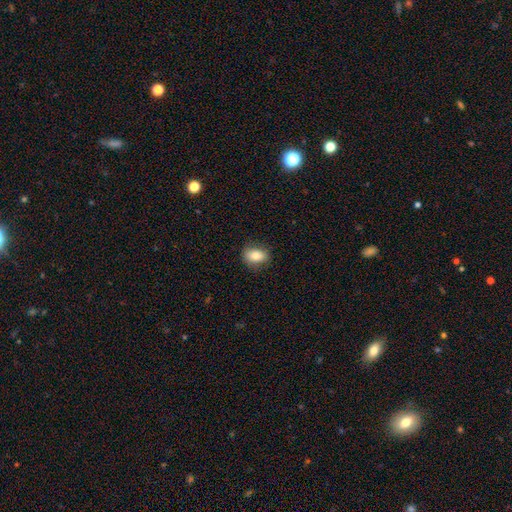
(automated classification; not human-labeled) This appears to be a smooth galaxy with no disk features (81%) that is in between round and cigar-shaped (74%). Merging: none (84%).